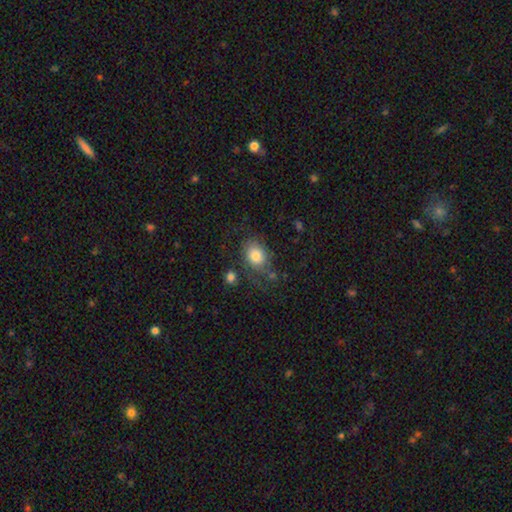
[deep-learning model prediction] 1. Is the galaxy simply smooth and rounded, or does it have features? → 76% smooth, 15% featured or disk, 9% star or artifact.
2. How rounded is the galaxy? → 66% in between, 33% round, 1% cigar-shaped.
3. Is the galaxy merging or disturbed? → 57% none, 23% minor disturbance, 14% major disturbance, 6% merger.